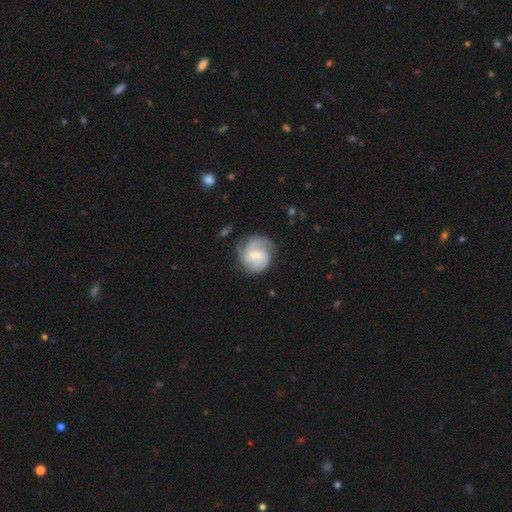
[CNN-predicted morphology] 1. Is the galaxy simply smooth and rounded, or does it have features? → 70% featured or disk, 24% smooth, 6% star or artifact.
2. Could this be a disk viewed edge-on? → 98% no, 2% yes.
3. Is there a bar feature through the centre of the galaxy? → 57% weak, 28% no, 15% strong.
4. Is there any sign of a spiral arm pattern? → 93% yes, 7% no.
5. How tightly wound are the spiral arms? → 43% medium, 40% tight, 17% loose.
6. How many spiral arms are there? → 38% 2, 25% 3, 22% can't tell, 5% 4, 5% 1, 4% more than 4.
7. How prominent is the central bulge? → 55% small, 33% moderate, 8% none, 3% large, 1% dominant.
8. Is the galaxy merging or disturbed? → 70% none, 19% minor disturbance, 9% major disturbance, 2% merger.